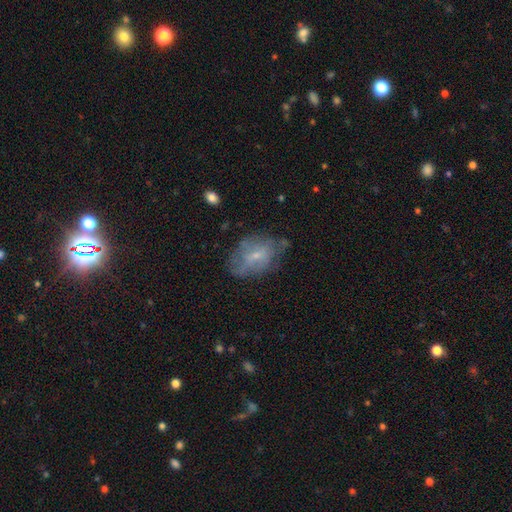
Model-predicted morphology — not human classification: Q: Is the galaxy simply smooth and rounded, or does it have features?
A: featured or disk — 48%.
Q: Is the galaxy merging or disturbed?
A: none — 53%.